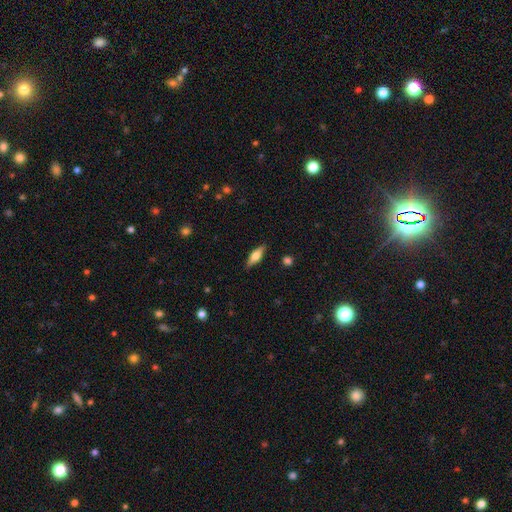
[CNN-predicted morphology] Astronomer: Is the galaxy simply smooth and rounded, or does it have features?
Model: smooth — 49% (runner-up: featured or disk, 44%).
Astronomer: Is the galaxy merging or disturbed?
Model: none — 88%.